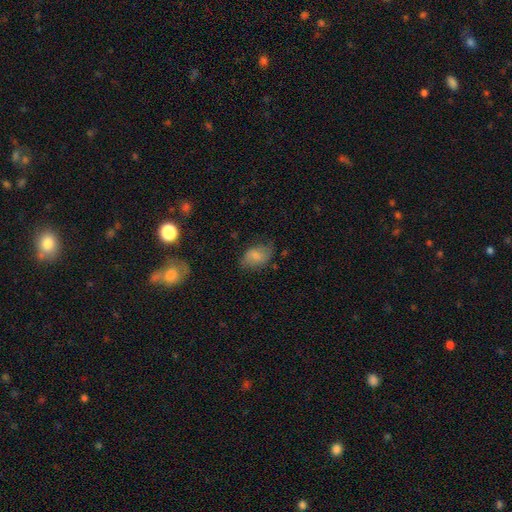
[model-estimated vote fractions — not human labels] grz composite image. It shows a smooth galaxy with no disk features (69%) that is in between round and cigar-shaped (84%). Merging: none (55%).